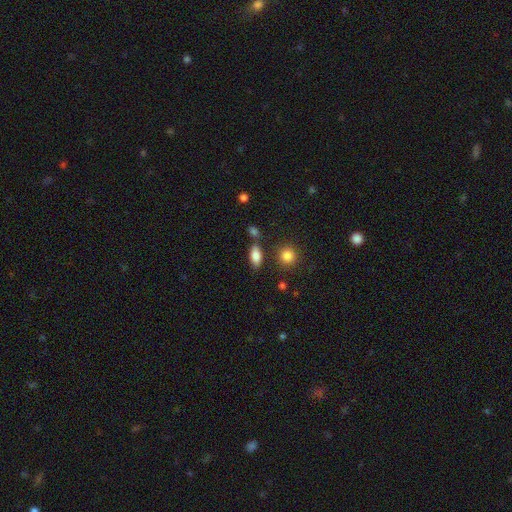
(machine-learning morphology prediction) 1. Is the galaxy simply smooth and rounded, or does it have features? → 82% smooth, 10% featured or disk, 8% star or artifact.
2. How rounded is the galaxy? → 83% in between, 12% cigar-shaped, 5% round.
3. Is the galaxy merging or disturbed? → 74% none, 13% minor disturbance, 9% merger, 4% major disturbance.